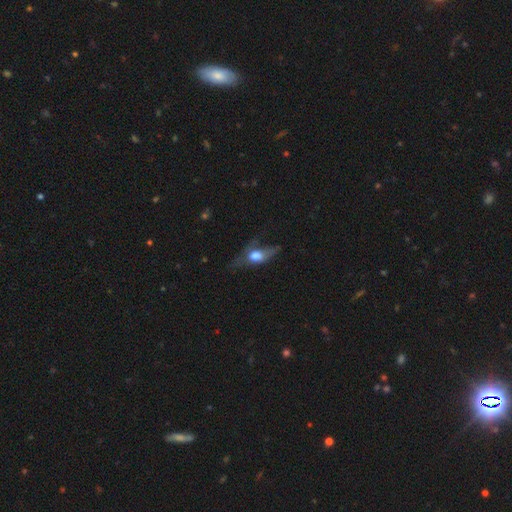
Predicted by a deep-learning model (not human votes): Smooth or featured?
  - smooth: 51% *
  - featured or disk: 39%
  - star or artifact: 10%
How rounded?
  - in between: 70% *
  - cigar-shaped: 18%
  - round: 12%
Merging?
  - major disturbance: 36% *
  - none: 35%
  - minor disturbance: 27%
  - merger: 3%